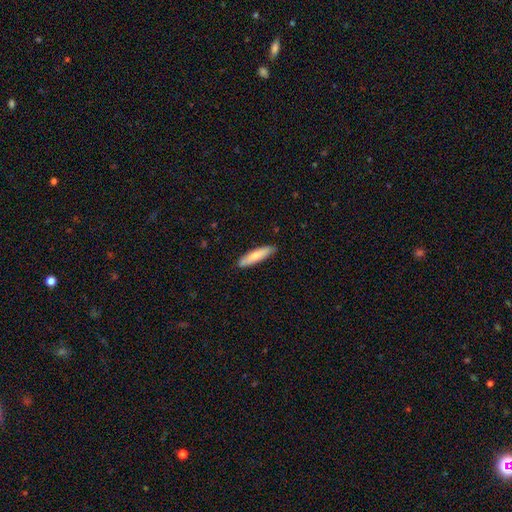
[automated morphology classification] Smooth or featured? smooth (76%)
How rounded? cigar-shaped (78%)
Merging? none (86%)